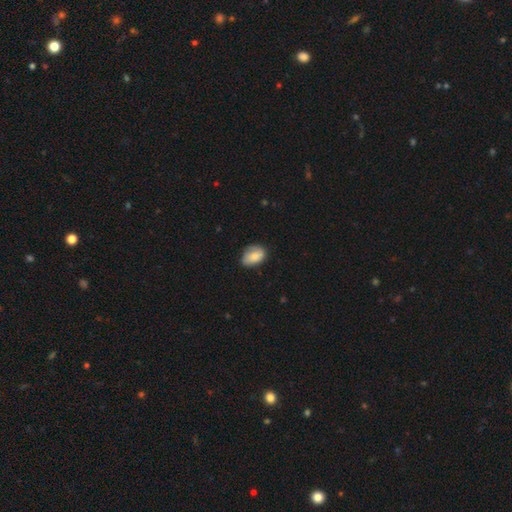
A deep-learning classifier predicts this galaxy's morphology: Overall: smooth (75%). How rounded: in between (82%). Merging: none (63%; minor disturbance 29%).